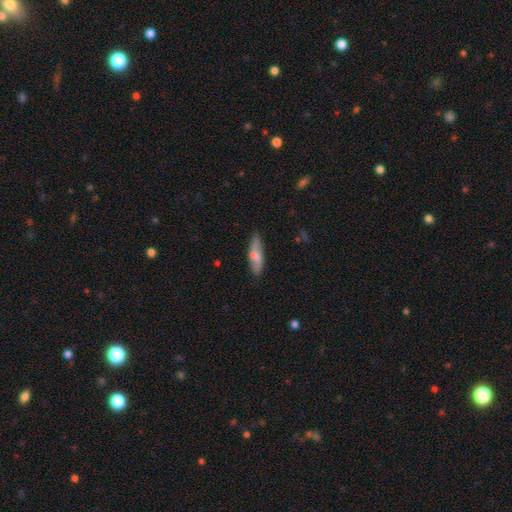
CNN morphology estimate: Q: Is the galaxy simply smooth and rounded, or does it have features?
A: smooth — 67%.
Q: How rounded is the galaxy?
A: cigar-shaped — 52%.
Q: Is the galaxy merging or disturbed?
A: none — 75%.